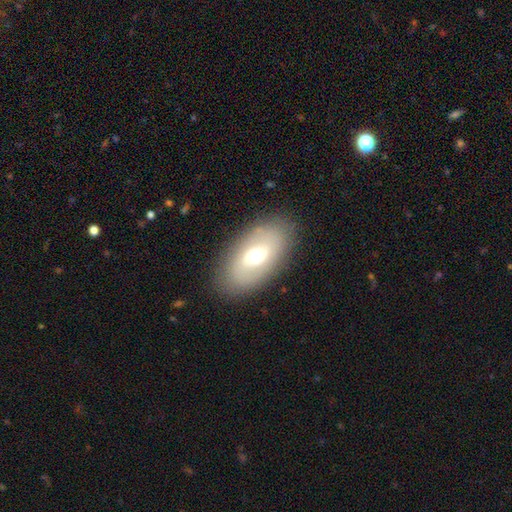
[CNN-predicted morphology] Smooth or featured?
  - smooth: 47% *
  - featured or disk: 45%
  - star or artifact: 8%
Merging?
  - none: 85% *
  - minor disturbance: 10%
  - major disturbance: 4%
  - merger: 1%